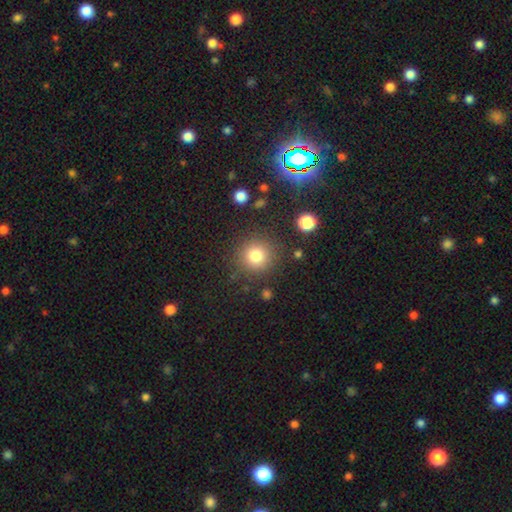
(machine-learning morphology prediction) Overall: smooth (80%). How rounded: round (93%). Merging: none (86%).